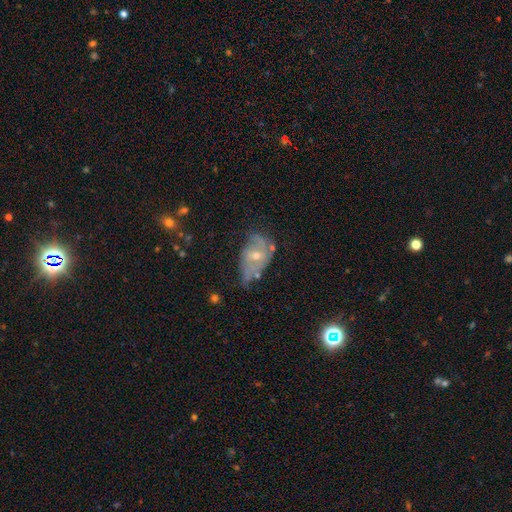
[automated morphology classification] This appears to be a featured or disk galaxy (65%) with no bar (68%), spiral arms (70%) and a small central bulge (51%). Merging: none (40%).